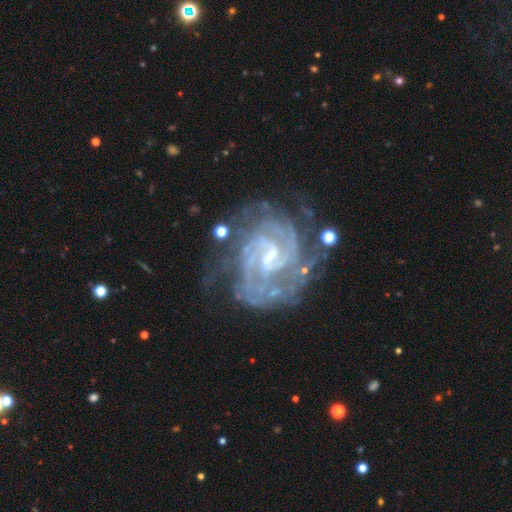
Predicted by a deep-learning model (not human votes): This is clearly a featured or disk galaxy (89%). It is clearly not viewed edge-on (98%). Bar: possibly weak (51%). Spiral arm pattern: clearly yes (98%). Spiral arm count: possibly 2 (46%). Spiral winding: likely tight (69%). Central bulge: likely small (65%). Merging: likely none (69%).